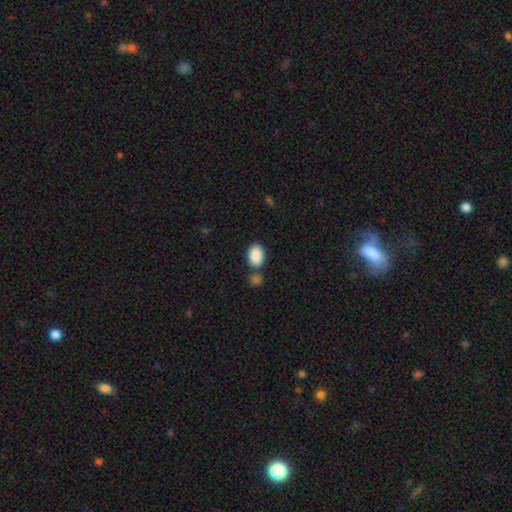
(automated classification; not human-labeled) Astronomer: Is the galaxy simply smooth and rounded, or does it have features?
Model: smooth — 89%.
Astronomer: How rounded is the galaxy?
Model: in between — 89%.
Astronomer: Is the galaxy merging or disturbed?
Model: none — 70%.